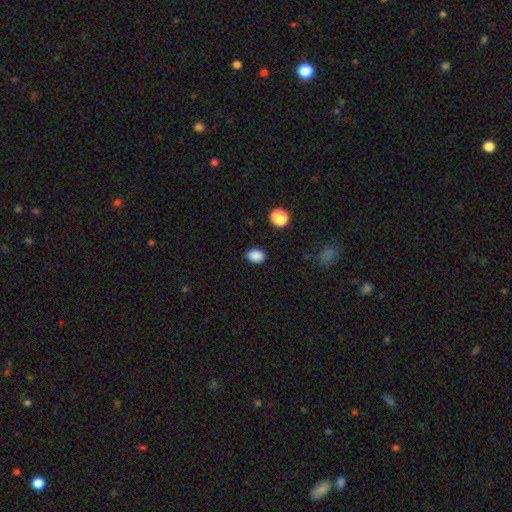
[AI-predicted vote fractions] This appears to be a smooth galaxy with no disk features (87%) that is in between round and cigar-shaped (75%). Merging: none (86%).